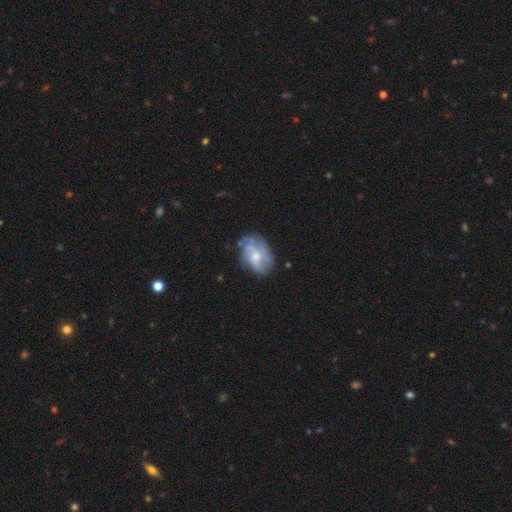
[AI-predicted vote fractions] Smooth or featured? Predicted: featured or disk (p=0.62). Edge-on disk? Predicted: no (p=0.97). Bar? Predicted: no (p=0.68). Spiral arms? Predicted: yes (p=0.71). Bulge size? Predicted: moderate (p=0.51). Merging? Predicted: none (p=0.58).